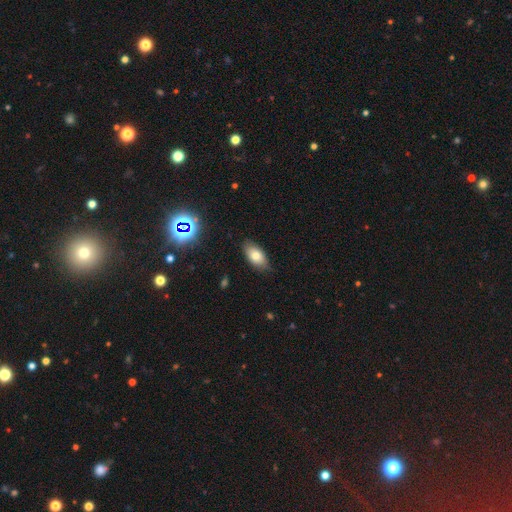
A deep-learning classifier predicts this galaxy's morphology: The model was most divided on "smooth or featured": smooth: 77%, featured or disk: 14%, star or artifact: 9%. More confident: how rounded — in between (92%); merging — none (83%).